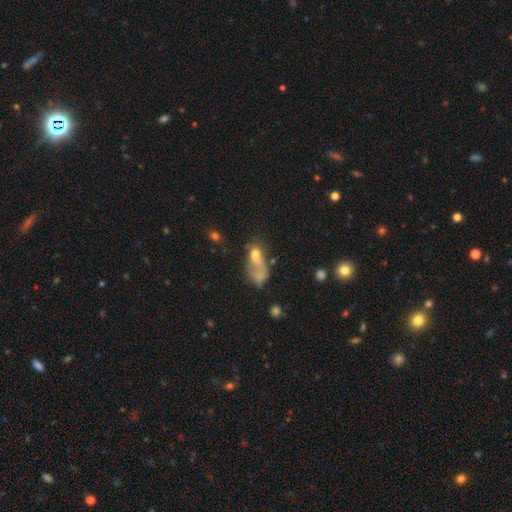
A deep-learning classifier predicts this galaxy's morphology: Smooth or featured?
  - smooth: 49% *
  - featured or disk: 32%
  - star or artifact: 18%
Merging?
  - merger: 38% *
  - major disturbance: 29%
  - none: 20%
  - minor disturbance: 13%